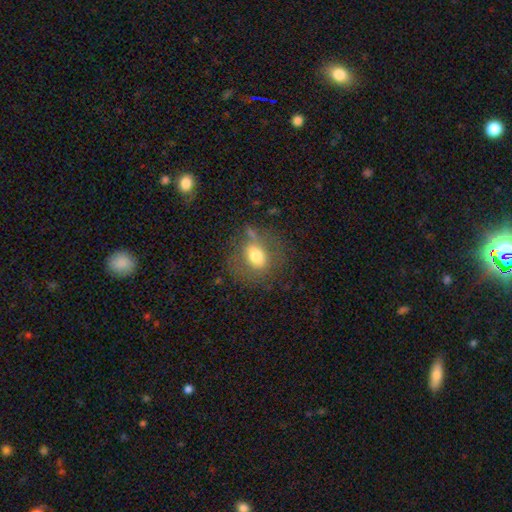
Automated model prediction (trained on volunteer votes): Overall: smooth (60%; featured or disk 30%). How rounded: in between (56%; round 41%). Merging: none (62%).